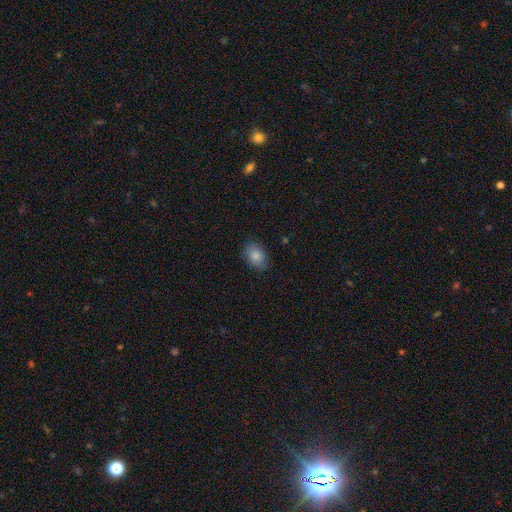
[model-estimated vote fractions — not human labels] Morphology: type=smooth (85%); roundness=in between (84%); merging=none (83%).